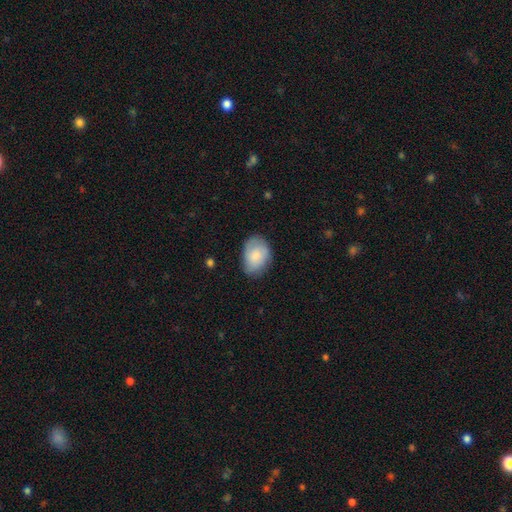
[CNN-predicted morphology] This is likely a smooth galaxy (77%). How rounded: clearly in between (80%). Merging: likely none (70%).